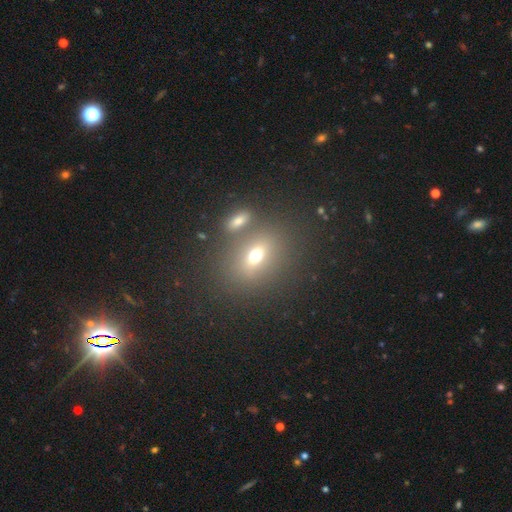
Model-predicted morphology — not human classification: smooth_or_featured: smooth (p=0.67) [alt: star or artifact p=0.17]
how_rounded: in between (p=0.58) [alt: round p=0.39]
merging: none (p=0.64) [alt: merger p=0.19]